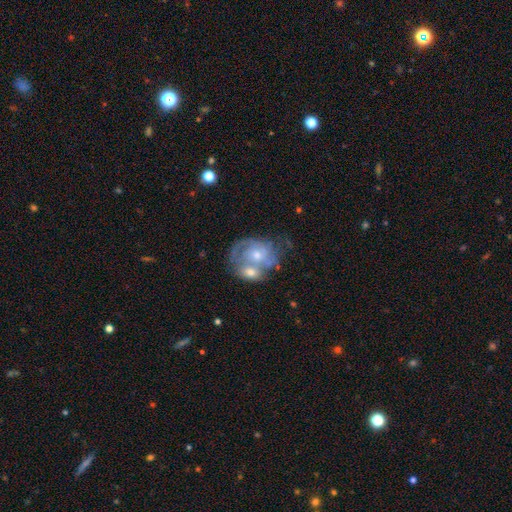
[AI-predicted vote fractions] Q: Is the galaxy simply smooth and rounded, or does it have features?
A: featured or disk — 71%.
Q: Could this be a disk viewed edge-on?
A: no — 97%.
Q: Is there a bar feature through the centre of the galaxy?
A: no — 75%.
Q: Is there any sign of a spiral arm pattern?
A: yes — 75%.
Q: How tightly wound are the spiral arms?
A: tight — 54%.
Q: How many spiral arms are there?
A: can't tell — 40%.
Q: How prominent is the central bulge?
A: moderate — 49%.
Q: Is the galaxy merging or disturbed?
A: merger — 49%.